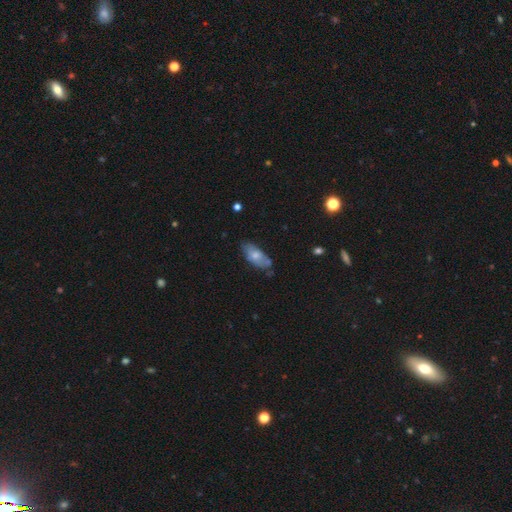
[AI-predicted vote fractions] smooth_or_featured: smooth (p=0.66) [alt: featured or disk p=0.27]
how_rounded: in between (p=0.85) [alt: cigar-shaped p=0.12]
merging: none (p=0.63) [alt: minor disturbance p=0.27]